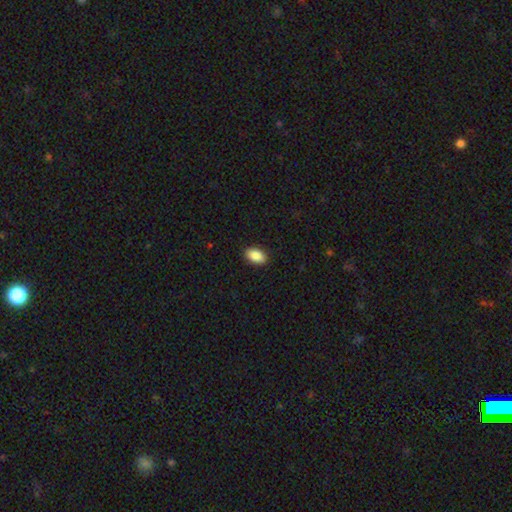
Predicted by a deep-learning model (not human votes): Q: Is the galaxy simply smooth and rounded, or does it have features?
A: smooth — 88%.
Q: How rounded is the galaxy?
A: in between — 92%.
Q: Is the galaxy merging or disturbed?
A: none — 90%.